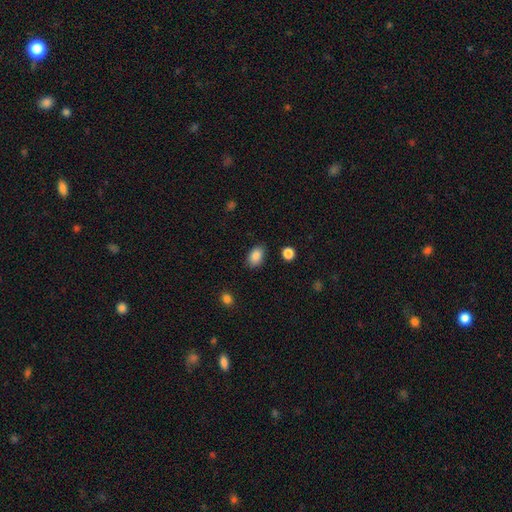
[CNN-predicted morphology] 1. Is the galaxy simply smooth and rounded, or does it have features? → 86% smooth, 8% star or artifact, 5% featured or disk.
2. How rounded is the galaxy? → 85% in between, 13% round, 1% cigar-shaped.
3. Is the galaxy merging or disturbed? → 84% none, 11% minor disturbance, 3% major disturbance, 2% merger.